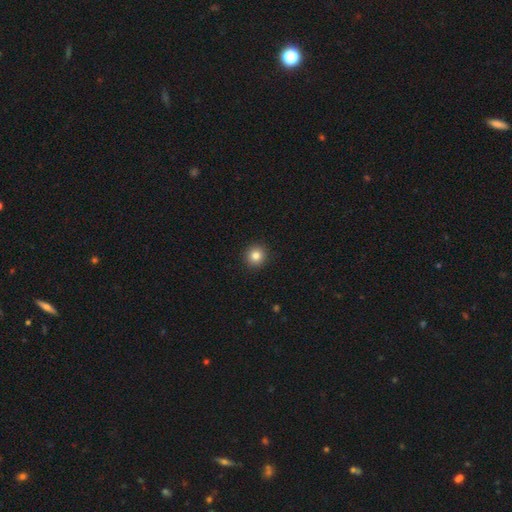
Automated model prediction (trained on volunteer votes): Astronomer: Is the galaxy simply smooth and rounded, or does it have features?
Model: smooth — 83%.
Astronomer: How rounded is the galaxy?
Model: round — 94%.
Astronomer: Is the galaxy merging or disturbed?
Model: none — 93%.